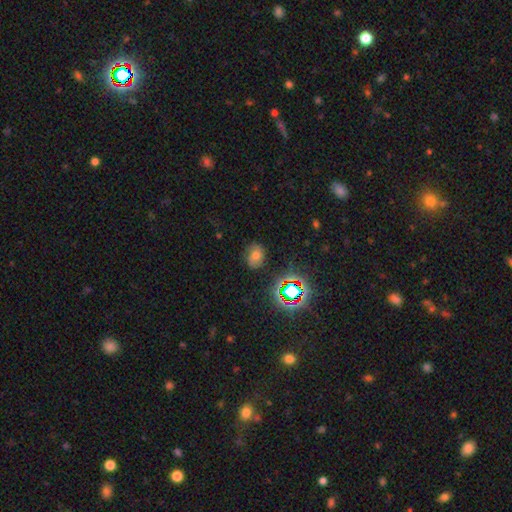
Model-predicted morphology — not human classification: The model was most divided on "how rounded": in between: 57%, round: 42%, cigar-shaped: 1%. More confident: merging — none (72%); smooth or featured — smooth (54%).